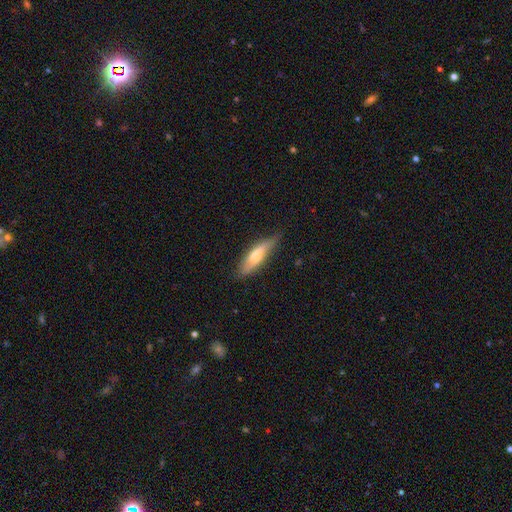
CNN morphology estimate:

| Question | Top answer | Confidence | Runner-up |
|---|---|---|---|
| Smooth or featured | smooth | 54% | featured or disk (40%) |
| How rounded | cigar-shaped | 64% | in between (34%) |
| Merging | none | 77% | minor disturbance (19%) |